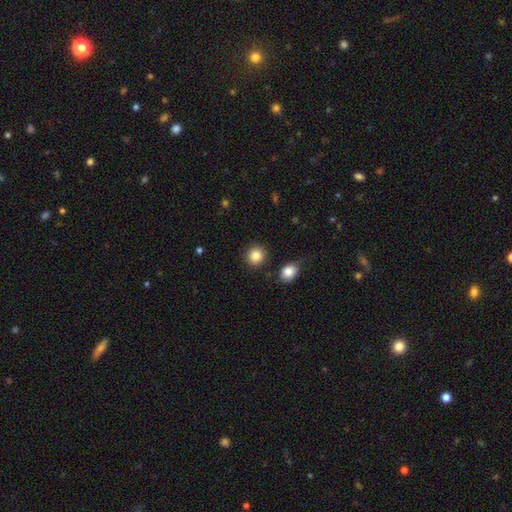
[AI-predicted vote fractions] The model was most divided on "smooth or featured": smooth: 86%, star or artifact: 9%, featured or disk: 5%. More confident: how rounded — round (88%); merging — none (87%).